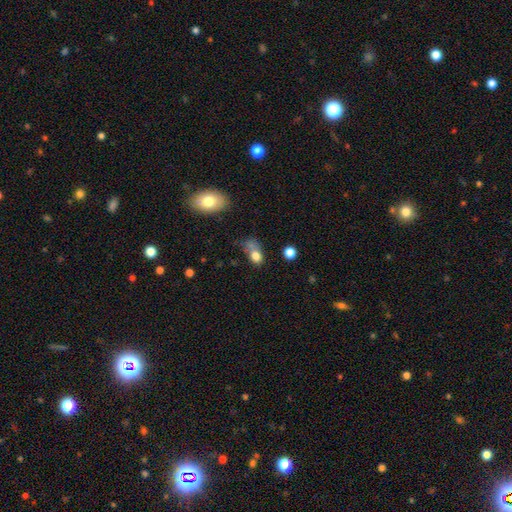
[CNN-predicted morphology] Smooth or featured?
  - smooth: 76% *
  - featured or disk: 12%
  - star or artifact: 11%
How rounded?
  - in between: 66% *
  - round: 31%
  - cigar-shaped: 3%
Merging?
  - none: 29% *
  - major disturbance: 25%
  - minor disturbance: 24%
  - merger: 22%